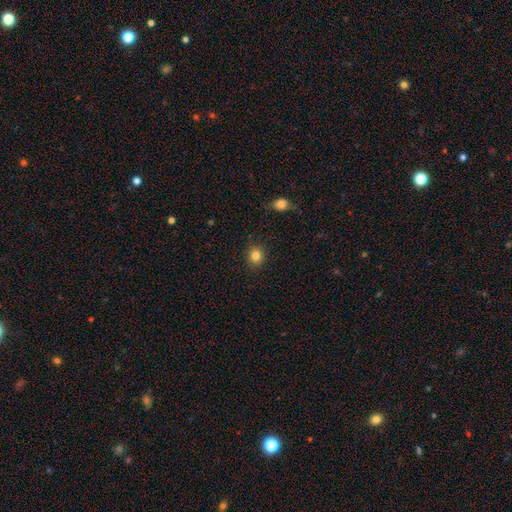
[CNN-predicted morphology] Smooth or featured?
  - smooth: 83% *
  - star or artifact: 12%
  - featured or disk: 6%
How rounded?
  - round: 83% *
  - in between: 16%
  - cigar-shaped: 1%
Merging?
  - none: 89% *
  - minor disturbance: 7%
  - major disturbance: 2%
  - merger: 1%